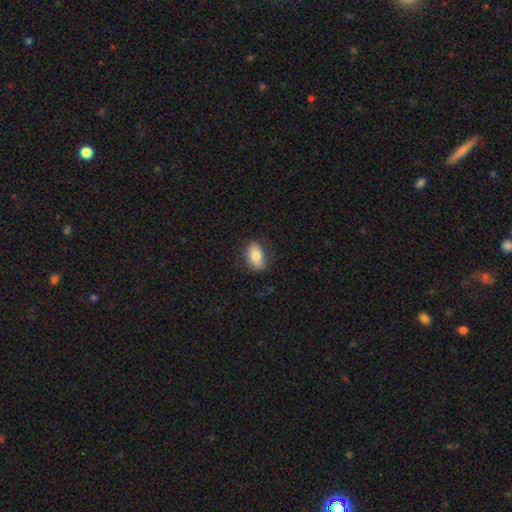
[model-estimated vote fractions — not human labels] smooth_or_featured: smooth (p=0.79) [alt: featured or disk p=0.14]
how_rounded: in between (p=0.88) [alt: round p=0.10]
merging: none (p=0.78) [alt: minor disturbance p=0.17]